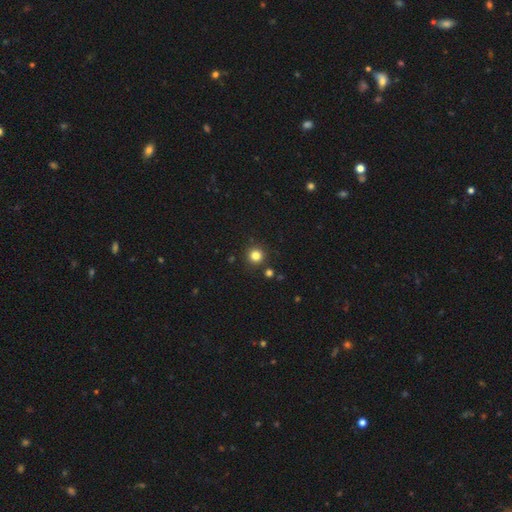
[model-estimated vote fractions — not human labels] Overall: smooth (82%). How rounded: round (95%). Merging: none (89%).